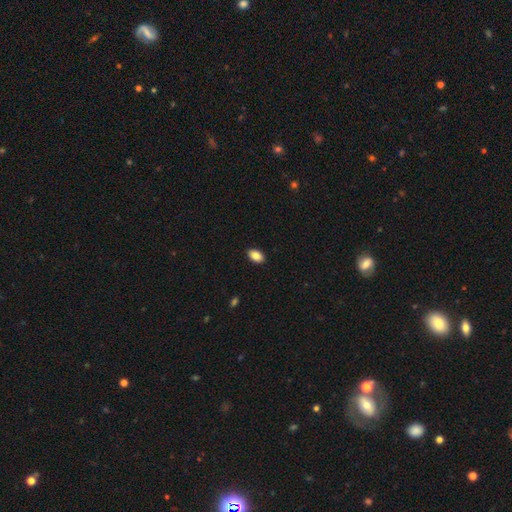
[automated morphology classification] smooth_or_featured: smooth (p=0.87) [alt: star or artifact p=0.07]
how_rounded: in between (p=0.91) [alt: round p=0.08]
merging: none (p=0.90) [alt: minor disturbance p=0.07]